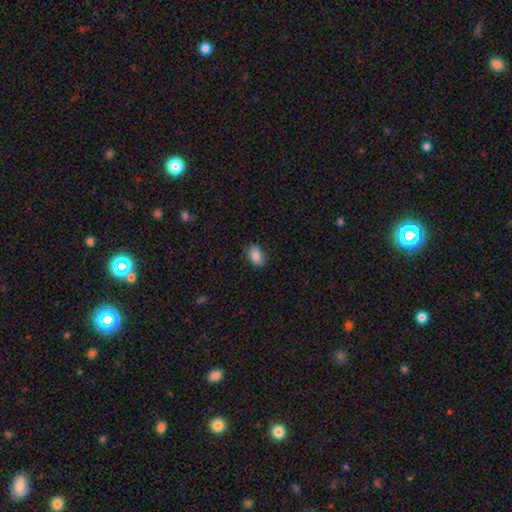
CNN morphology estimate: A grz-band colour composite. It shows a smooth galaxy with no disk features (84%) that is in between round and cigar-shaped (87%). Merging: none (83%).